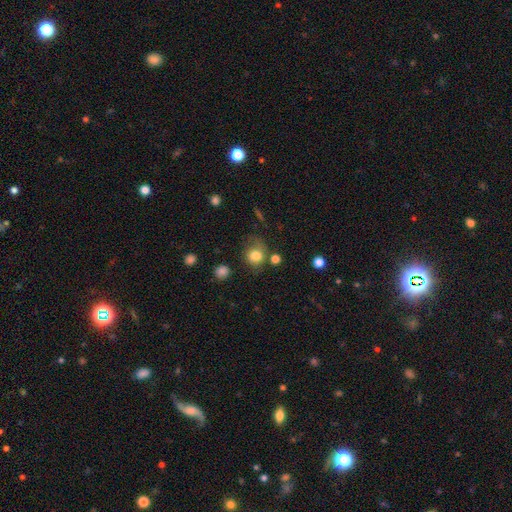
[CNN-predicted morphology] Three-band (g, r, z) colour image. It shows a smooth galaxy with no disk features (80%) that is round (72%). Merging: none (57%).